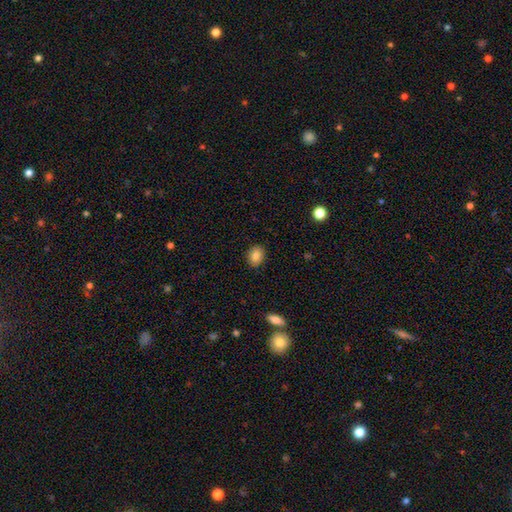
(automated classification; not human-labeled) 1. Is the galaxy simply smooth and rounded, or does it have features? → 85% smooth, 9% star or artifact, 7% featured or disk.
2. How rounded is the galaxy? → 61% in between, 37% round, 1% cigar-shaped.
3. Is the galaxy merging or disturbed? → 89% none, 8% minor disturbance, 2% major disturbance, 1% merger.